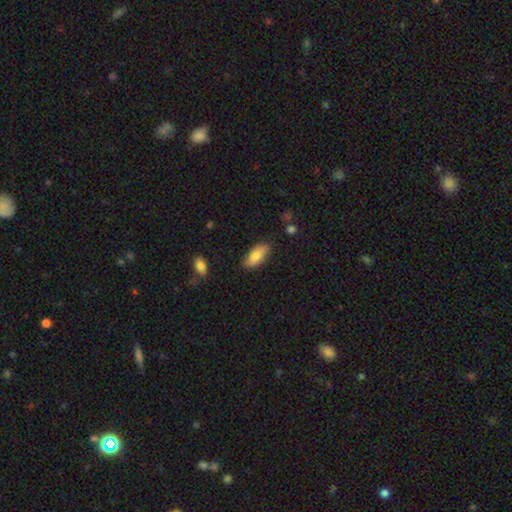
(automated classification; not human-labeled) Morphology: type=smooth (79%); roundness=in between (82%); merging=none (83%).